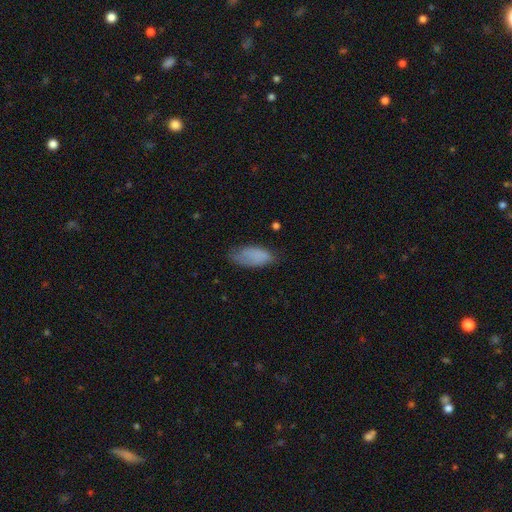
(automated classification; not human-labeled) Smooth or featured? Predicted: smooth (p=0.80). How rounded? Predicted: in between (p=0.89). Merging? Predicted: none (p=0.60).